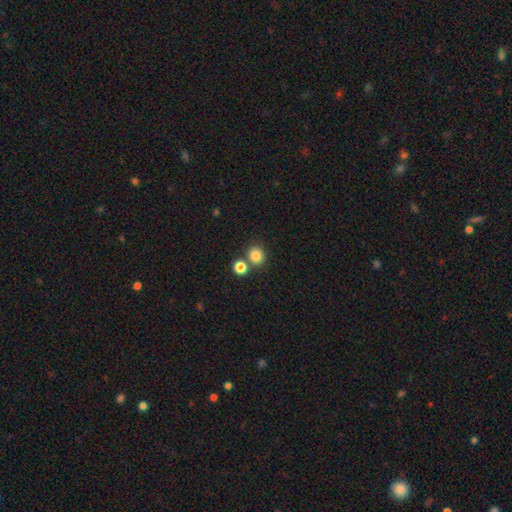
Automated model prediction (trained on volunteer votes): The model was most divided on "merging": none: 71%, merger: 19%, minor disturbance: 7%, major disturbance: 3%. More confident: how rounded — round (87%); smooth or featured — smooth (83%).